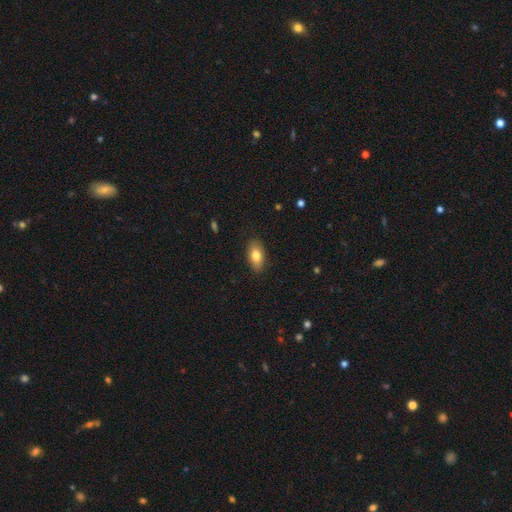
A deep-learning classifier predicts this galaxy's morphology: smooth 79%, featured or disk 14%, star or artifact 7%. Down the decision tree: how rounded — in between (90%); merging — none (87%).